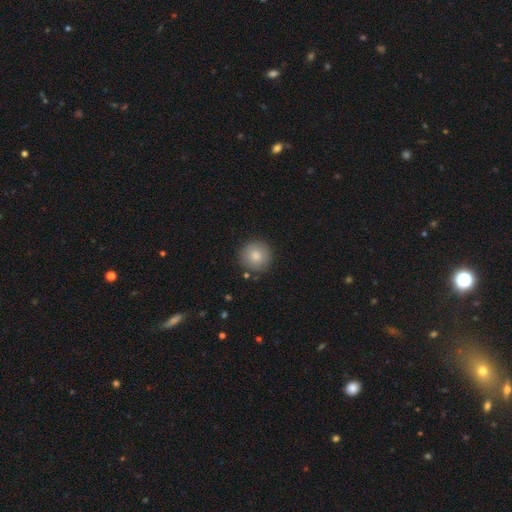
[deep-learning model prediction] This appears to be a smooth galaxy with no disk features (84%) that is round (95%). Merging: none (88%).